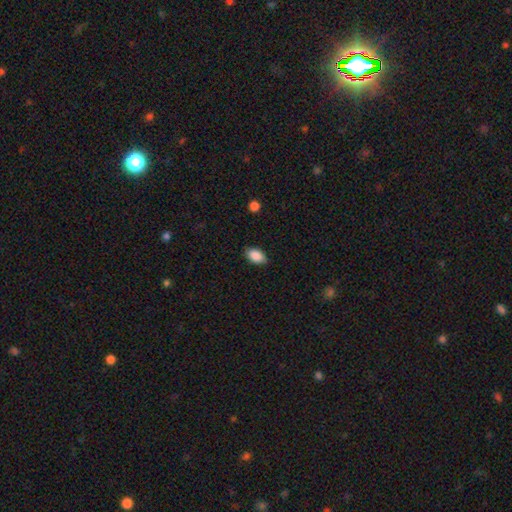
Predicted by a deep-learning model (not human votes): Morphology: type=smooth (89%); roundness=in between (91%); merging=none (85%).